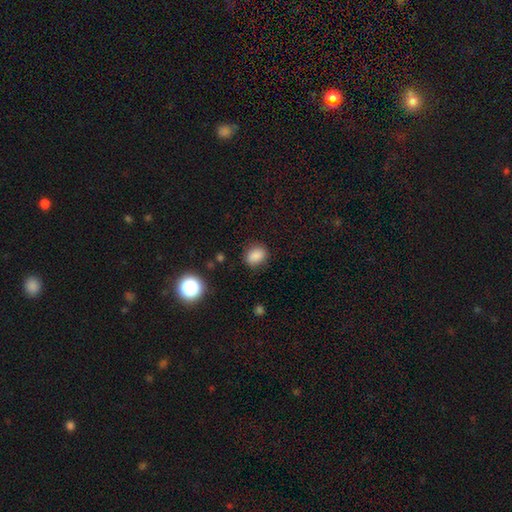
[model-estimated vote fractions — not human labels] Smooth or featured? Predicted: smooth (p=0.85). How rounded? Predicted: in between (p=0.54). Merging? Predicted: none (p=0.83).